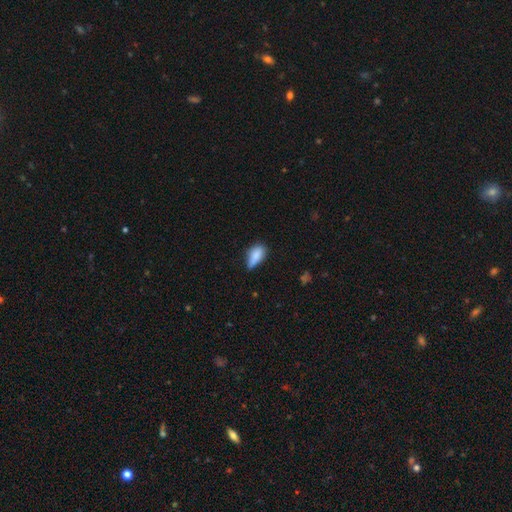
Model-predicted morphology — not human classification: Q: Smooth or featured?
A: smooth (81%); runner-up: featured or disk (11%)
Q: How rounded?
A: in between (84%); runner-up: cigar-shaped (12%)
Q: Merging?
A: minor disturbance (45%); runner-up: none (42%)